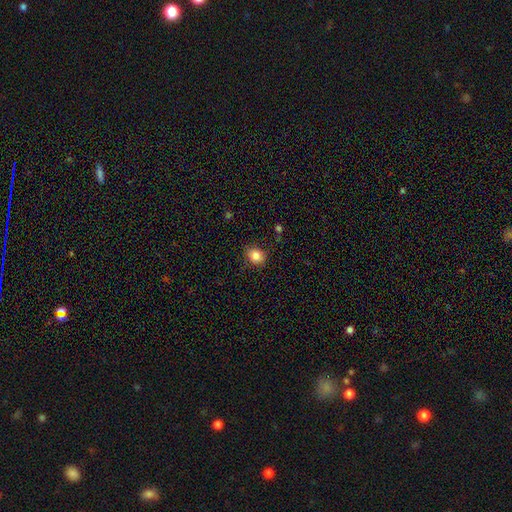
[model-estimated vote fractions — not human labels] The model was most divided on "how rounded": round: 66%, in between: 34%, cigar-shaped: 1%. More confident: smooth or featured — smooth (84%); merging — none (82%).